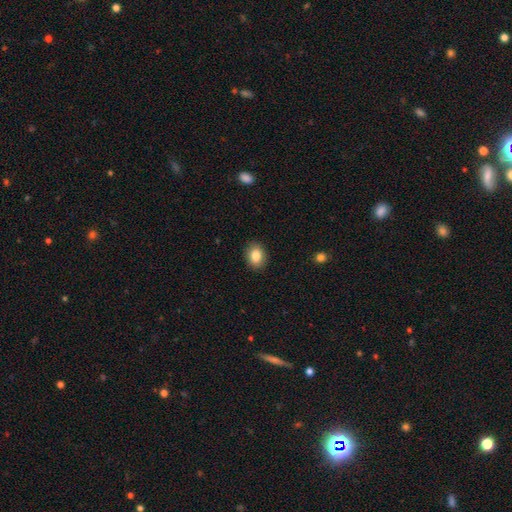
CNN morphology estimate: A smooth galaxy with no disk features (84%) that is in between round and cigar-shaped (56%).

Vote fractions:
- Smooth or featured? smooth: 84% / star or artifact: 9% / featured or disk: 7%
- How rounded? in between: 56% / round: 43% / cigar-shaped: 1%
- Merging? none: 90% / minor disturbance: 7% / major disturbance: 2% / merger: 1%